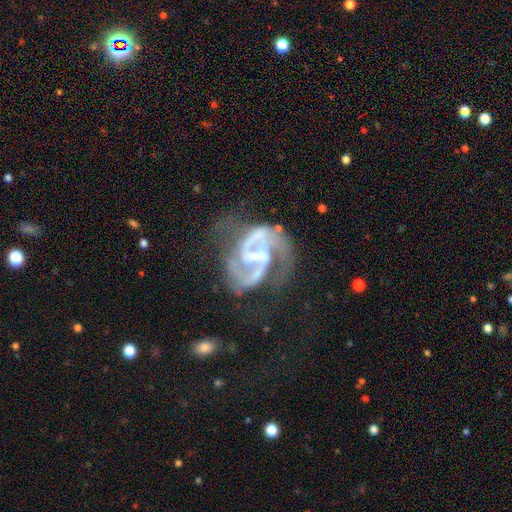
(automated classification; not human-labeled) The model was most divided on "bar": strong: 46%, weak: 39%, no: 15%. More confident: edge-on disk — no (98%); spiral arms — yes (97%); smooth or featured — featured or disk (91%); spiral arm count — 2 (87%); bulge size — small (66%); spiral winding — medium (60%); merging — none (51%).